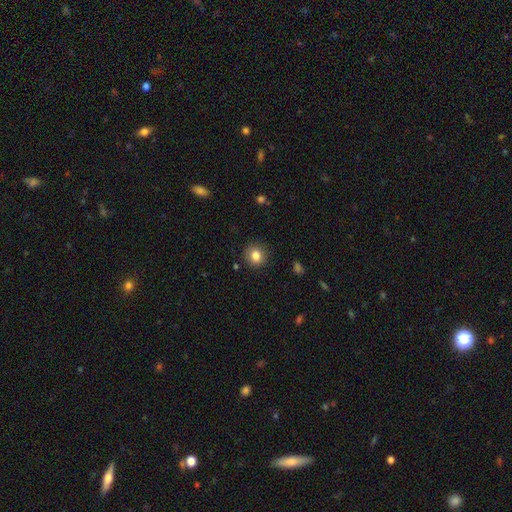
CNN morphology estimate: type=smooth (83%); roundness=round (87%); merging=none (89%).